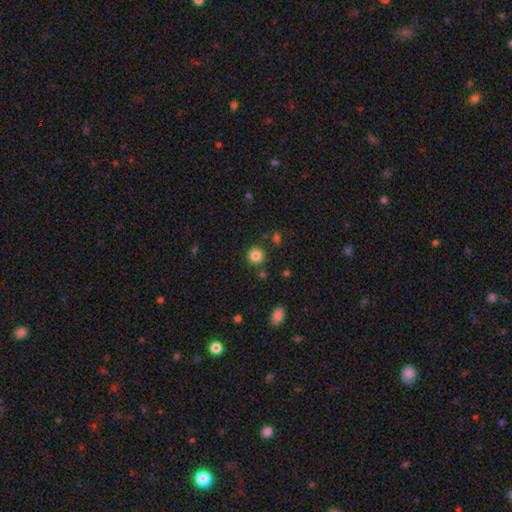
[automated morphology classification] smooth-or-featured: smooth: 84% | star or artifact: 11% | featured or disk: 5%
  how-rounded: round: 91% | in between: 8% | cigar-shaped: 1%
  merging: none: 85% | minor disturbance: 8% | merger: 4% | major disturbance: 3%